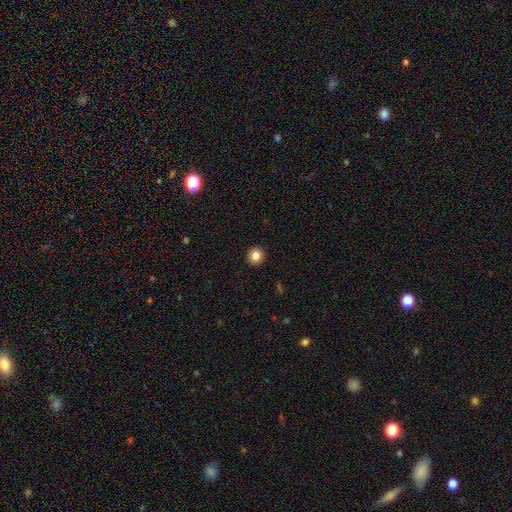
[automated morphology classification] Q: Smooth or featured?
A: smooth (84%); runner-up: star or artifact (10%)
Q: How rounded?
A: round (90%); runner-up: in between (9%)
Q: Merging?
A: none (93%); runner-up: minor disturbance (5%)